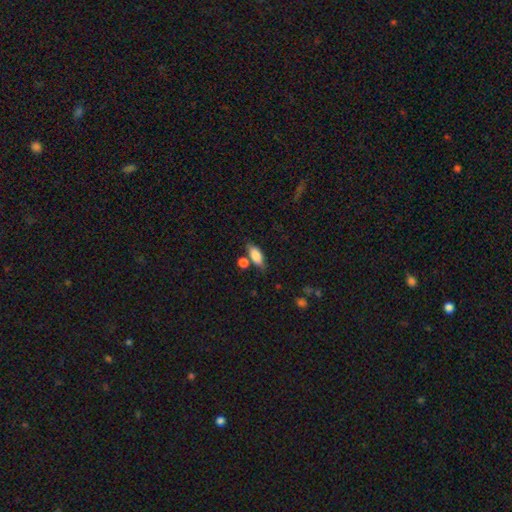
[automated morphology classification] Smooth or featured?
  - smooth: 84% *
  - featured or disk: 9%
  - star or artifact: 7%
How rounded?
  - in between: 81% *
  - cigar-shaped: 15%
  - round: 4%
Merging?
  - none: 67% *
  - minor disturbance: 15%
  - merger: 14%
  - major disturbance: 4%